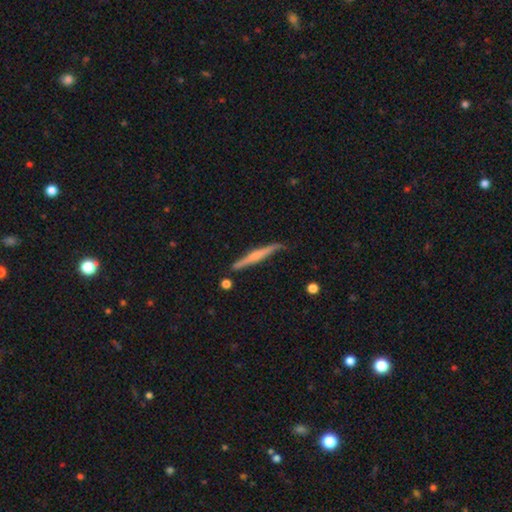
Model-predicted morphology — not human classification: The model was most divided on "edge-on bulge": rounded: 52%, none: 34%, boxy: 13%. More confident: edge-on disk — yes (97%); merging — none (80%); smooth or featured — featured or disk (57%).